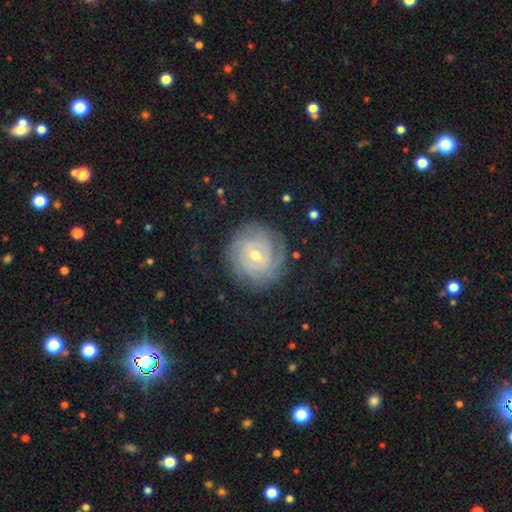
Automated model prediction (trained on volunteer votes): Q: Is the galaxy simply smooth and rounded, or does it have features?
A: featured or disk — 79%.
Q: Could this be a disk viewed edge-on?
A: no — 97%.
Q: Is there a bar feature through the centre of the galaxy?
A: no — 49%.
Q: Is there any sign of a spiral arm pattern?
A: yes — 93%.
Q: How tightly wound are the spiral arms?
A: tight — 81%.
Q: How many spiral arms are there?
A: can't tell — 40%.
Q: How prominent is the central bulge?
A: moderate — 49%.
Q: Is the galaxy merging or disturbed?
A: none — 80%.